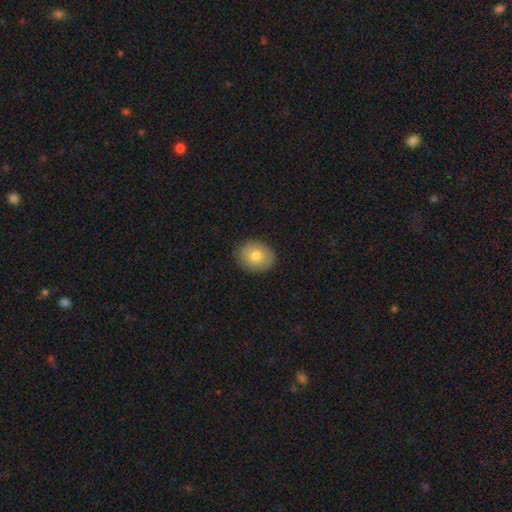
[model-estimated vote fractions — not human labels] A smooth galaxy with no disk features (74%) that is round (63%).

Vote fractions:
- Smooth or featured? smooth: 74% / featured or disk: 18% / star or artifact: 8%
- How rounded? round: 63% / in between: 36% / cigar-shaped: 1%
- Merging? none: 86% / minor disturbance: 11% / major disturbance: 2% / merger: 1%